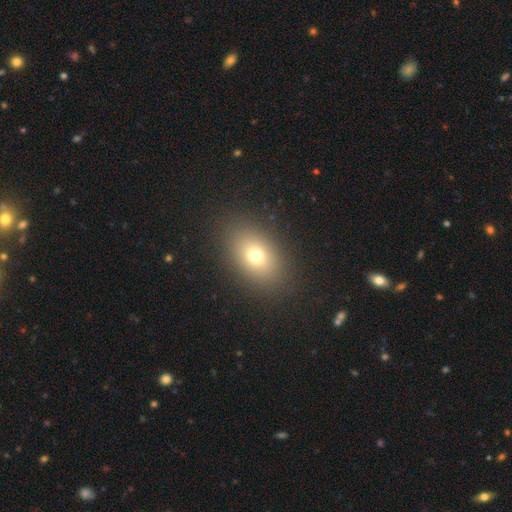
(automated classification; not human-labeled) Q: Smooth or featured?
A: smooth (72%); runner-up: star or artifact (14%)
Q: How rounded?
A: in between (79%); runner-up: round (20%)
Q: Merging?
A: none (88%); runner-up: minor disturbance (8%)